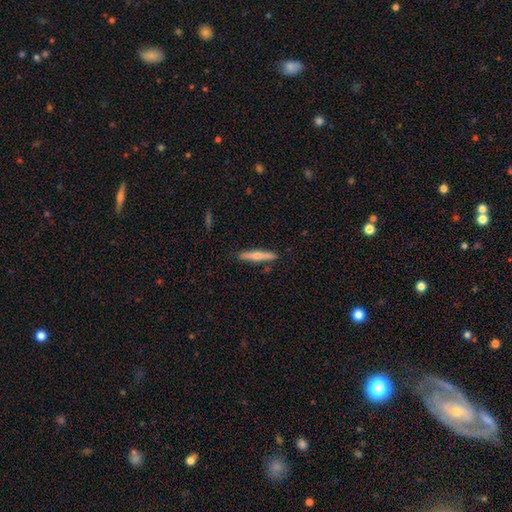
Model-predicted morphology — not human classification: type=featured or disk (52%); edge-on=yes (96%); merging=none (89%).